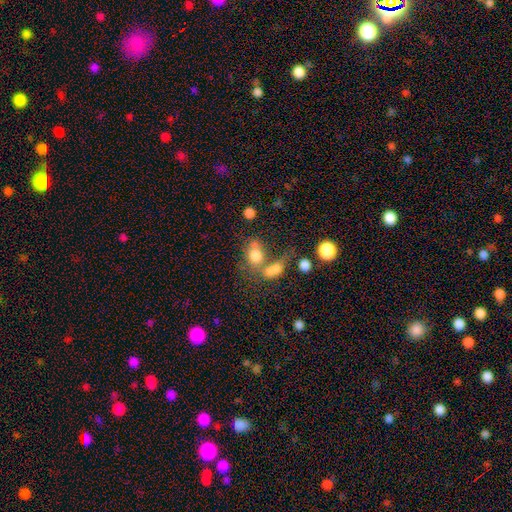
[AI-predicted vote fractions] Smooth or featured: smooth — 71% (featured or disk — 16%)
How rounded: in between — 62% (round — 35%)
Merging: merger — 50% (none — 27%)